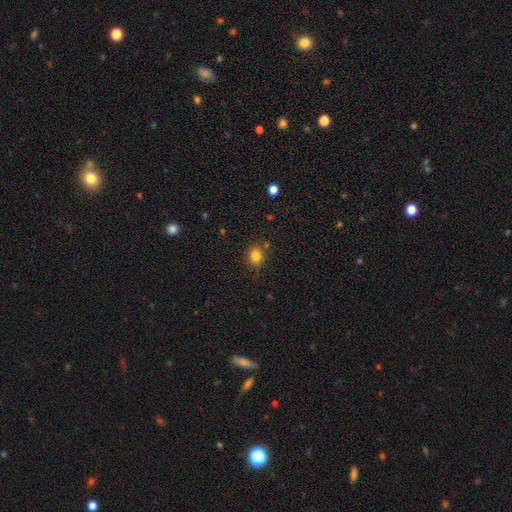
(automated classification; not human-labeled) The model was most divided on "how rounded": round: 64%, in between: 35%, cigar-shaped: 1%. More confident: smooth or featured — smooth (83%); merging — none (80%).